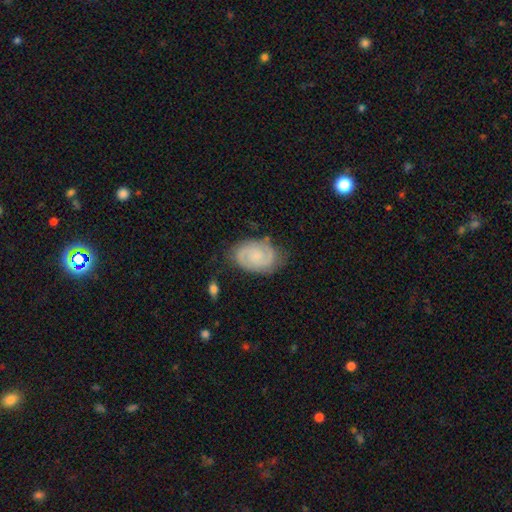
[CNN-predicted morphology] Smooth or featured? featured or disk (77%)
Edge-on disk? no (98%)
Bar? no (61%)
Spiral arms? yes (96%)
Spiral winding? tight (54%)
Spiral arm count? 2 (83%)
Bulge size? small (46%)
Merging? none (79%)